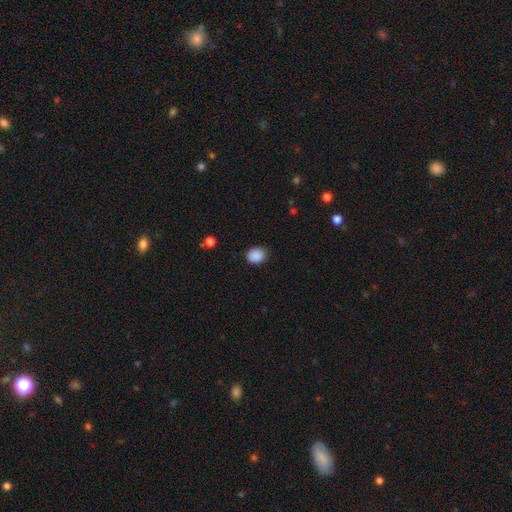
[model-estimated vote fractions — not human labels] smooth 89%, star or artifact 9%, featured or disk 3%. Down the decision tree: how rounded — round (54%); merging — none (85%).